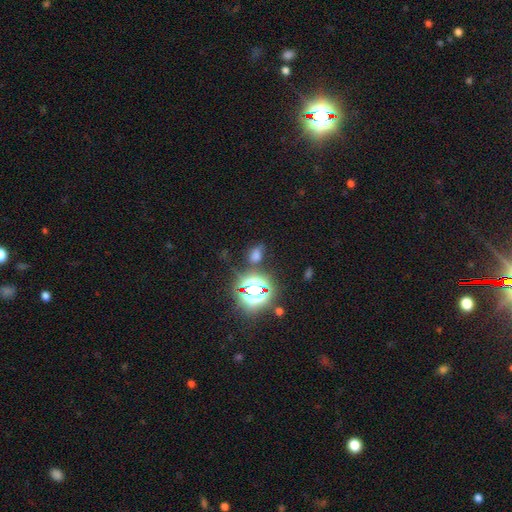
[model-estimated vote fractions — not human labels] This is possibly a smooth galaxy (50%). Merging: likely none (67%).